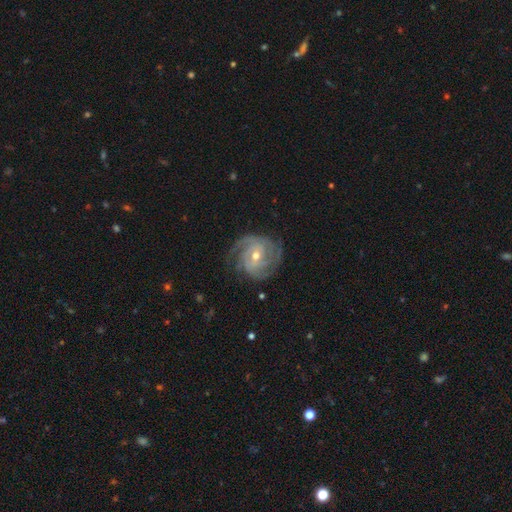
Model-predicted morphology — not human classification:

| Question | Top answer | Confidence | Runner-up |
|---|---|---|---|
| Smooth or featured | featured or disk | 90% | smooth (6%) |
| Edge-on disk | no | 98% | yes (2%) |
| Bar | no | 46% | weak (40%) |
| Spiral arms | yes | 98% | no (2%) |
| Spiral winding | tight | 67% | medium (28%) |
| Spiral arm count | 3 | 35% | 2 (25%) |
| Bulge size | moderate | 54% | small (43%) |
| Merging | none | 77% | minor disturbance (15%) |